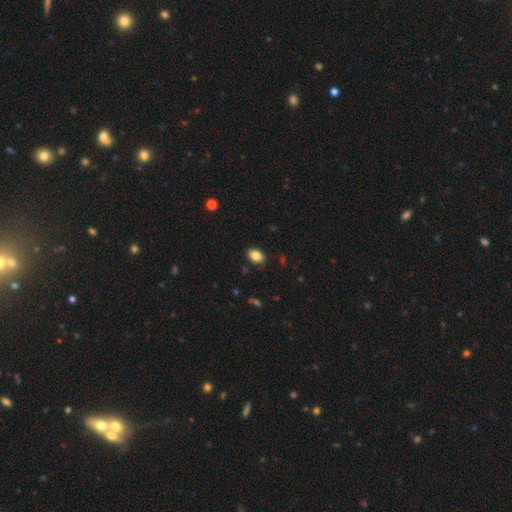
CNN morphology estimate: smooth_or_featured: smooth (p=0.85) [alt: star or artifact p=0.09]
how_rounded: in between (p=0.76) [alt: round p=0.23]
merging: none (p=0.86) [alt: minor disturbance p=0.11]